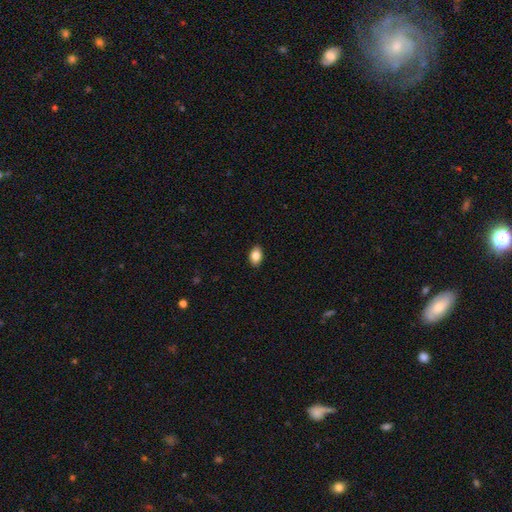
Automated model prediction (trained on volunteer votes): The model was most divided on "how rounded": in between: 86%, round: 12%, cigar-shaped: 1%. More confident: merging — none (90%); smooth or featured — smooth (85%).